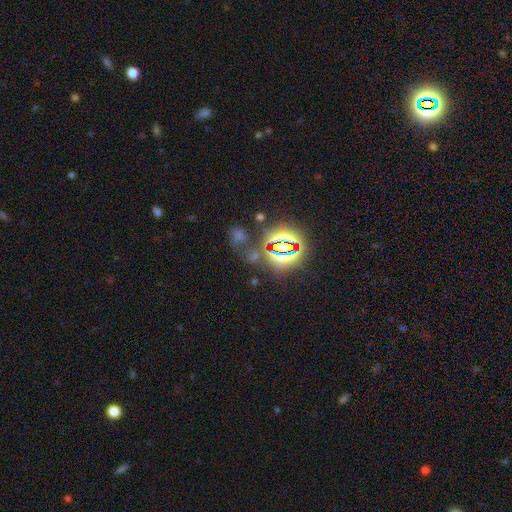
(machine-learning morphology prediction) This appears to be a star or artifact, not a galaxy (76%).